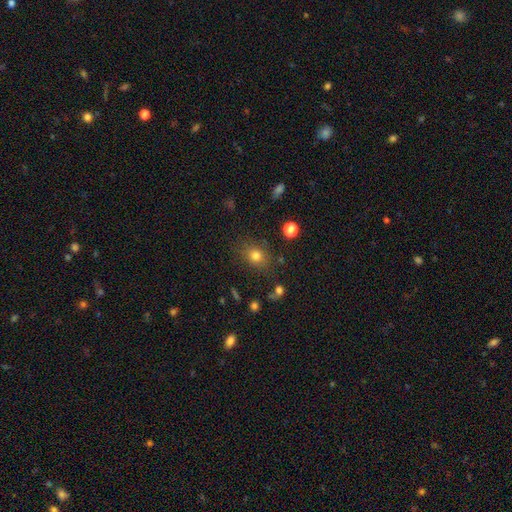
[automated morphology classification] smooth-or-featured: smooth: 78% | star or artifact: 14% | featured or disk: 8%
  how-rounded: round: 60% | in between: 39% | cigar-shaped: 1%
  merging: none: 81% | minor disturbance: 12% | major disturbance: 4% | merger: 3%